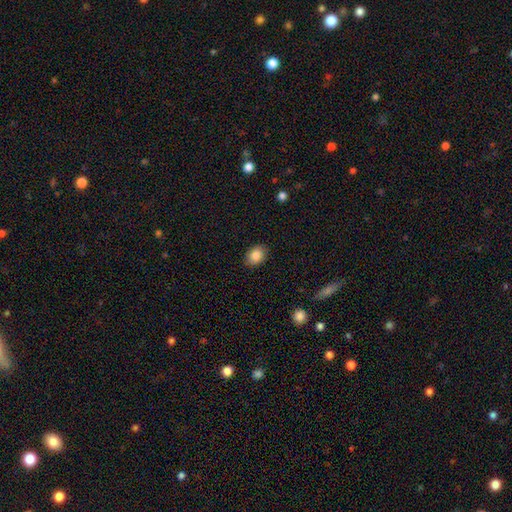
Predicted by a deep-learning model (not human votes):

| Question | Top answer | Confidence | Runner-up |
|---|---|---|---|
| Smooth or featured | smooth | 86% | star or artifact (8%) |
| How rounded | in between | 71% | round (28%) |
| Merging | none | 88% | minor disturbance (9%) |